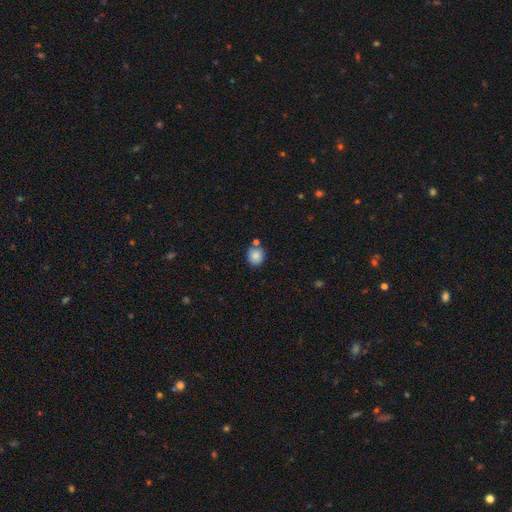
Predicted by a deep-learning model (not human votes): Q: Smooth or featured?
A: smooth (86%); runner-up: star or artifact (9%)
Q: How rounded?
A: round (81%); runner-up: in between (18%)
Q: Merging?
A: none (71%); runner-up: minor disturbance (13%)